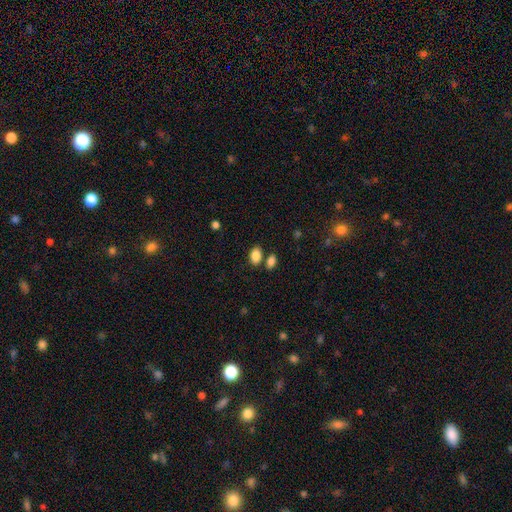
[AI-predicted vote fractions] A smooth galaxy with no disk features (87%) that is in between round and cigar-shaped (88%).

Vote fractions:
- Smooth or featured? smooth: 87% / star or artifact: 8% / featured or disk: 5%
- How rounded? in between: 88% / round: 11% / cigar-shaped: 1%
- Merging? none: 69% / merger: 17% / minor disturbance: 11% / major disturbance: 3%